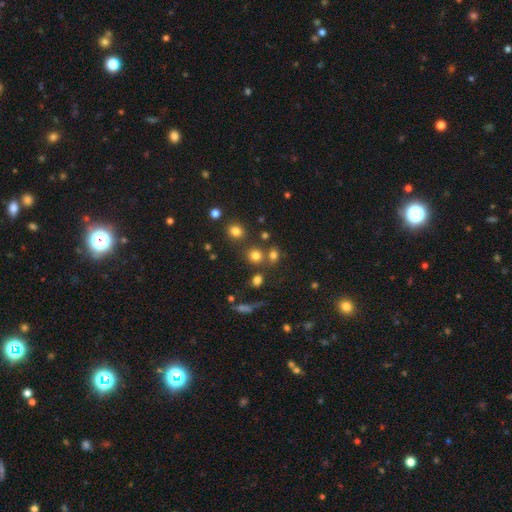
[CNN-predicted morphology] Q: Smooth or featured?
A: smooth (74%); runner-up: star or artifact (18%)
Q: How rounded?
A: round (82%); runner-up: in between (17%)
Q: Merging?
A: none (69%); runner-up: merger (18%)